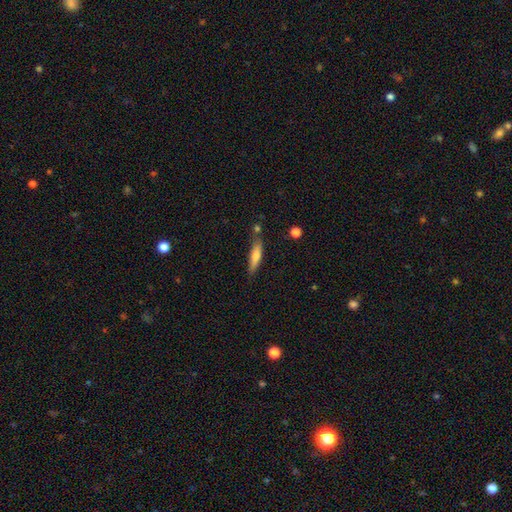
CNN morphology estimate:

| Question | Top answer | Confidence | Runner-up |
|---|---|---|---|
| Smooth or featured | smooth | 69% | featured or disk (25%) |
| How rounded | cigar-shaped | 79% | in between (19%) |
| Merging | none | 72% | minor disturbance (17%) |